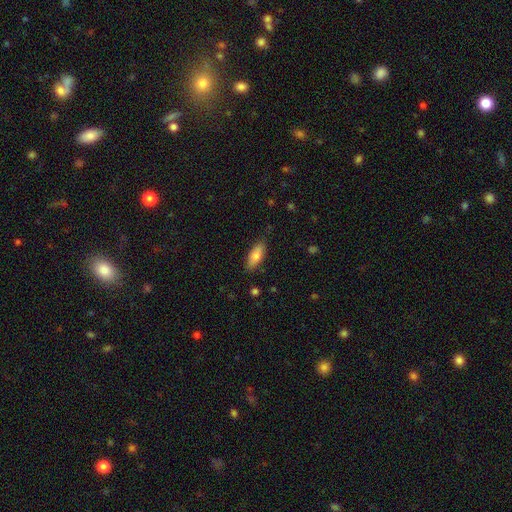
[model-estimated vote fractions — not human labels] A smooth galaxy with no disk features (77%) that is in between round and cigar-shaped (74%). Merging: none (83%).